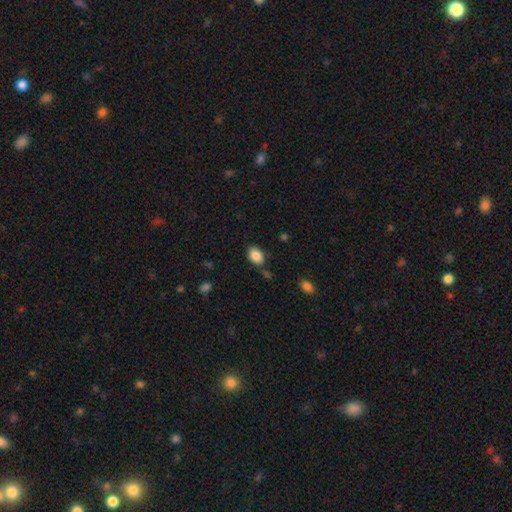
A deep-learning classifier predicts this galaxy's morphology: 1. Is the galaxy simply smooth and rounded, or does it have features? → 87% smooth, 8% star or artifact, 5% featured or disk.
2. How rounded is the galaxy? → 81% in between, 18% round, 1% cigar-shaped.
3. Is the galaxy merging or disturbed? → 77% none, 14% minor disturbance, 5% merger, 4% major disturbance.